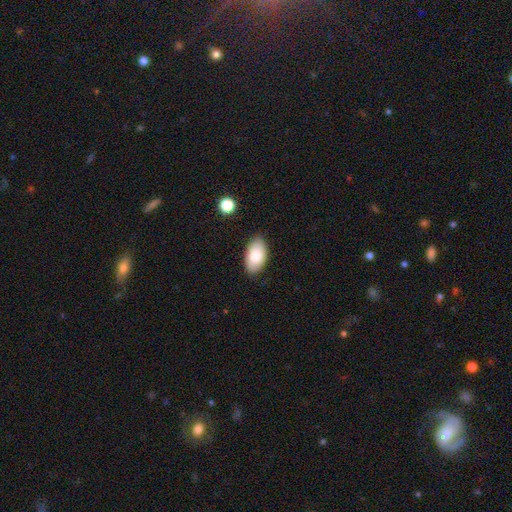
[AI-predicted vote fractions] Smooth or featured: smooth — 84% (featured or disk — 9%)
How rounded: in between — 95% (round — 3%)
Merging: none — 86% (minor disturbance — 11%)